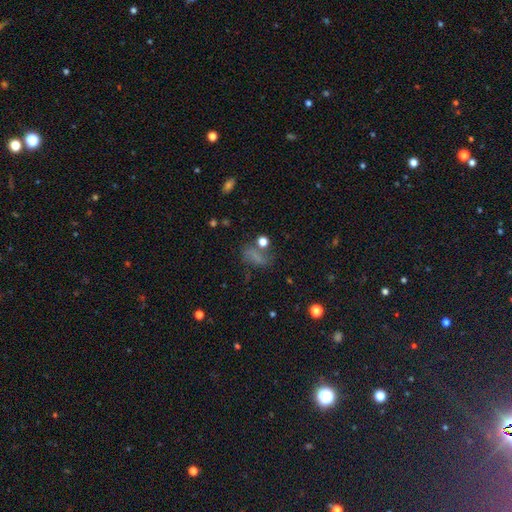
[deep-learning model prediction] Smooth or featured: smooth — 58% (star or artifact — 24%)
How rounded: in between — 74% (round — 18%)
Merging: none — 47% (minor disturbance — 23%)